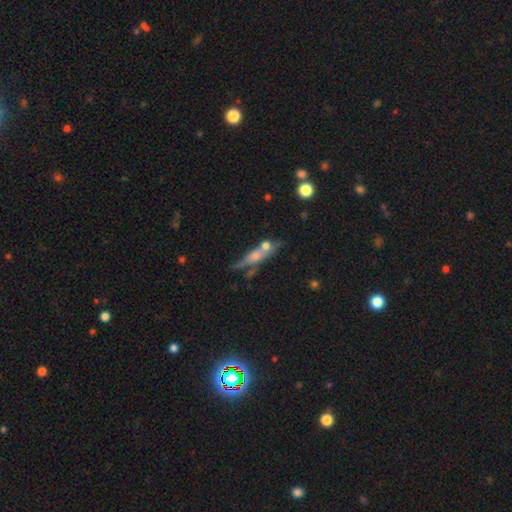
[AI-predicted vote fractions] smooth-or-featured: featured or disk: 49% | smooth: 41% | star or artifact: 11%
  merging: none: 49% | merger: 27% | minor disturbance: 17% | major disturbance: 8%